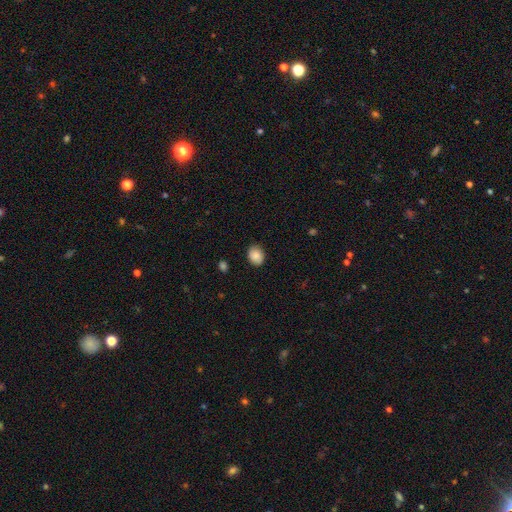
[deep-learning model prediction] Smooth or featured? smooth (87%)
How rounded? in between (52%)
Merging? none (85%)